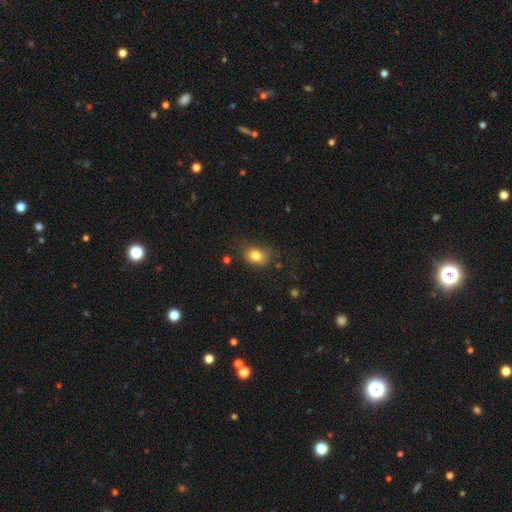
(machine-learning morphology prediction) Smooth or featured: smooth — 81% (star or artifact — 11%)
How rounded: in between — 61% (round — 37%)
Merging: none — 69% (minor disturbance — 22%)